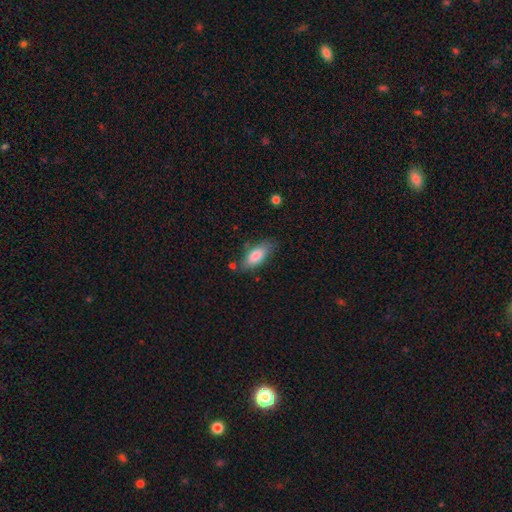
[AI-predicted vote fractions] This appears to be a smooth galaxy with no disk features (82%) that is in between round and cigar-shaped (80%). Merging: none (72%).